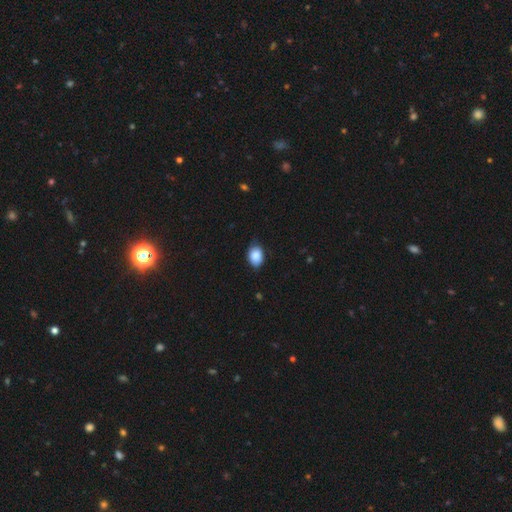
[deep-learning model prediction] Morphology: type=smooth (86%); roundness=in between (79%); merging=none (72%).